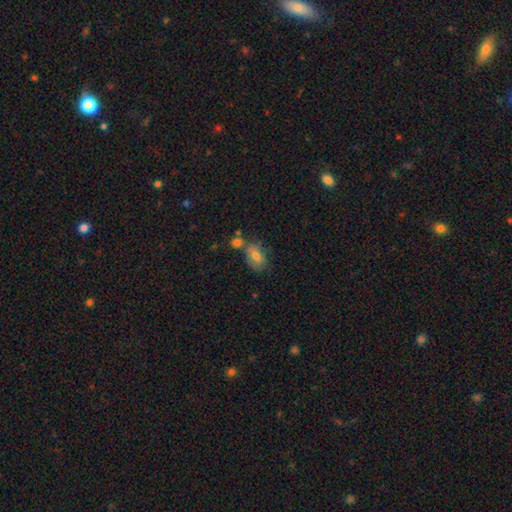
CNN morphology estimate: Q: Smooth or featured?
A: smooth (66%); runner-up: featured or disk (24%)
Q: How rounded?
A: in between (82%); runner-up: round (15%)
Q: Merging?
A: none (50%); runner-up: merger (23%)